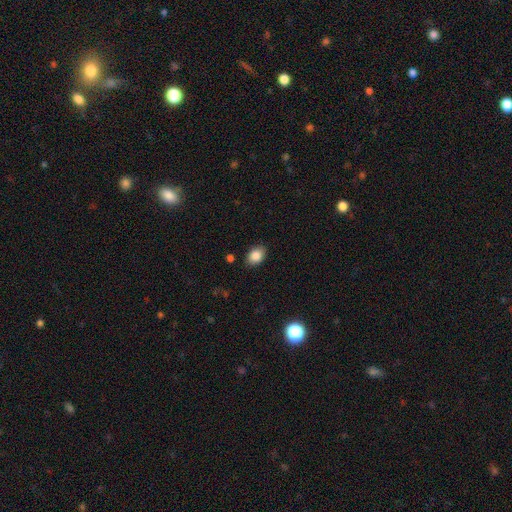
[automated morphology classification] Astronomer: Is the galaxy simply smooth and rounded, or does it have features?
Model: smooth — 86%.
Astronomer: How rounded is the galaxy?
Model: in between — 77%.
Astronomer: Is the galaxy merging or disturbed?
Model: none — 86%.